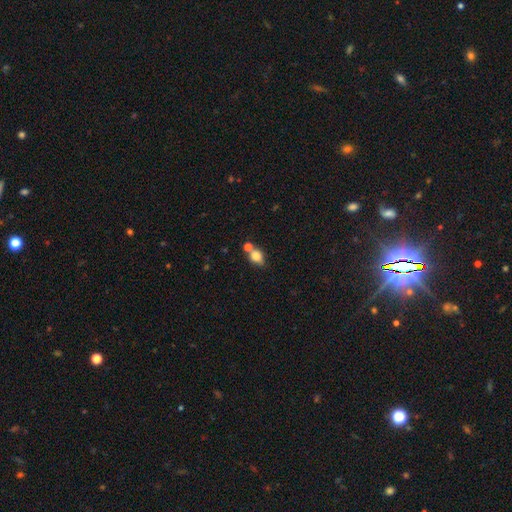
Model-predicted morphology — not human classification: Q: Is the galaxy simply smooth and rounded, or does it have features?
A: smooth — 80%.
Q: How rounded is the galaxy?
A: round — 55%.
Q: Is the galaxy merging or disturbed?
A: none — 49%.